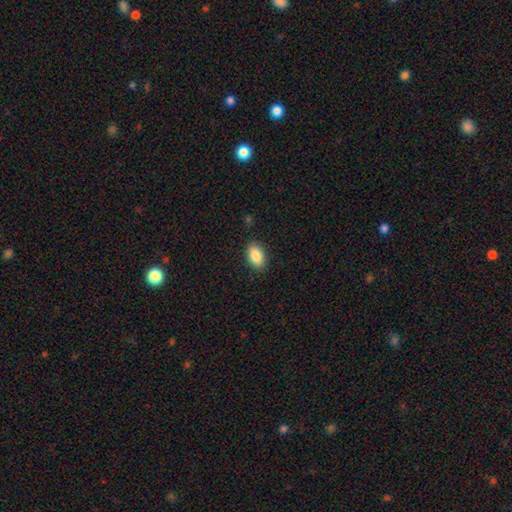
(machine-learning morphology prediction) A smooth galaxy with no disk features (88%) that is in between round and cigar-shaped (91%). Merging: none (89%).